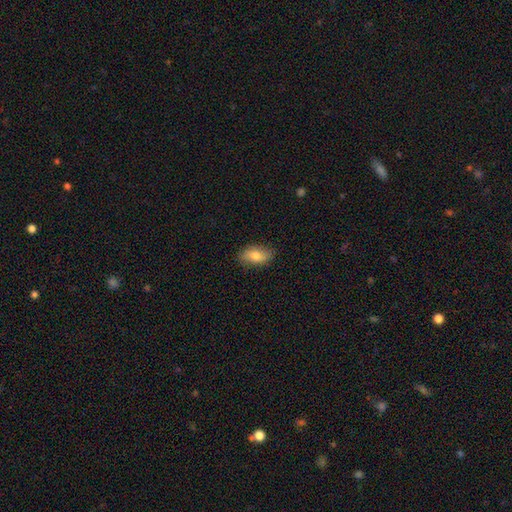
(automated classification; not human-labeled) Smooth or featured? smooth (74%)
How rounded? in between (91%)
Merging? none (84%)